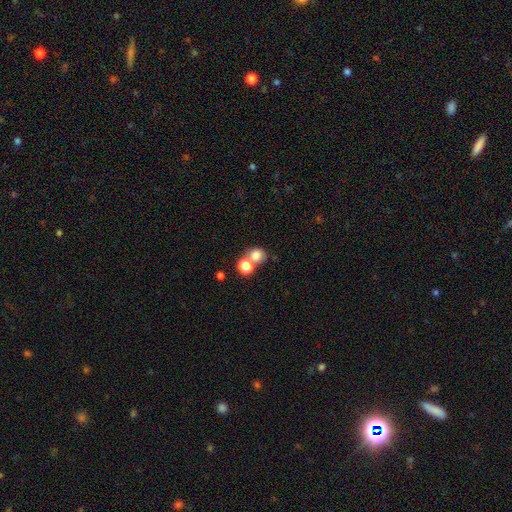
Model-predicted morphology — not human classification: smooth-or-featured: smooth: 79% | star or artifact: 12% | featured or disk: 9%
  how-rounded: round: 75% | in between: 24% | cigar-shaped: 1%
  merging: merger: 46% | none: 43% | minor disturbance: 7% | major disturbance: 4%